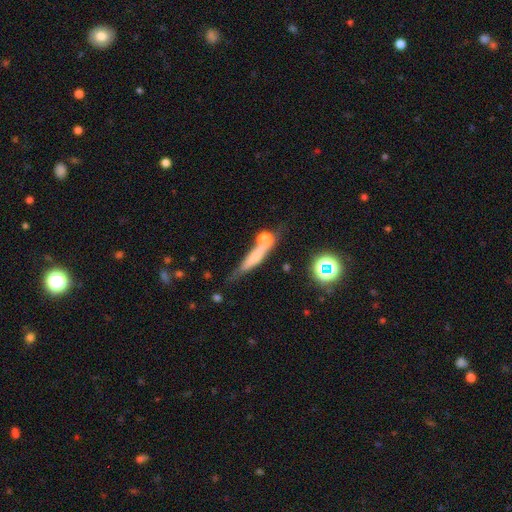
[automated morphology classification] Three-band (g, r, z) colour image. It shows a smooth galaxy with no disk features (54%) that is cigar-shaped (78%). Merging: none (51%).